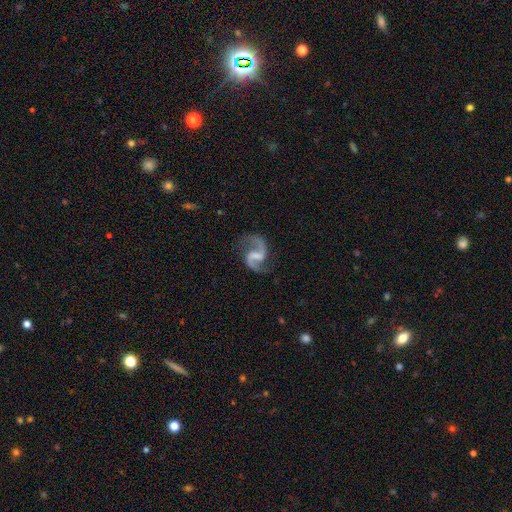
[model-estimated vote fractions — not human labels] Morphology: type=featured or disk (92%); edge-on=no (98%); bar=weak (53%); spiral arms=yes (98%); winding=loose (51%); arm count=2 (94%); bulge=none (43%); merging=none (79%).